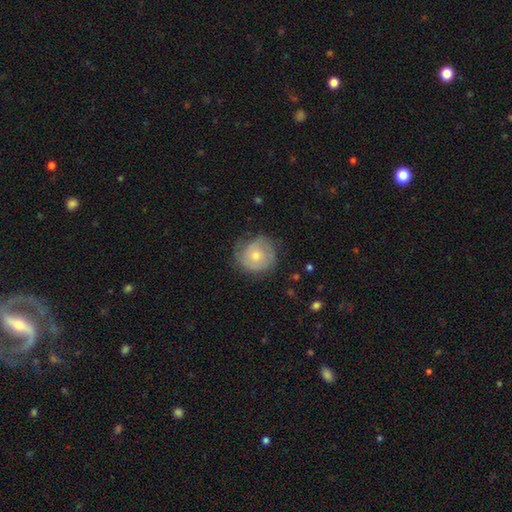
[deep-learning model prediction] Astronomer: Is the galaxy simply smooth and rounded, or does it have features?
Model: smooth — 49% (runner-up: featured or disk, 44%).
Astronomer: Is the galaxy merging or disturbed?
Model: none — 62%.